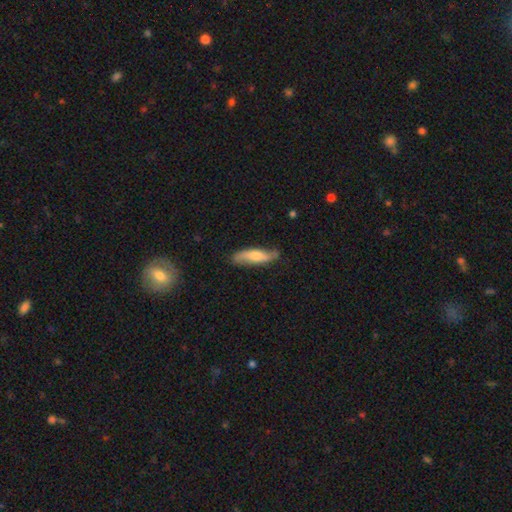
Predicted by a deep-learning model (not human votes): Smooth or featured?
  - smooth: 52% *
  - featured or disk: 42%
  - star or artifact: 6%
How rounded?
  - cigar-shaped: 64% *
  - in between: 33%
  - round: 2%
Merging?
  - none: 73% *
  - minor disturbance: 21%
  - major disturbance: 4%
  - merger: 2%